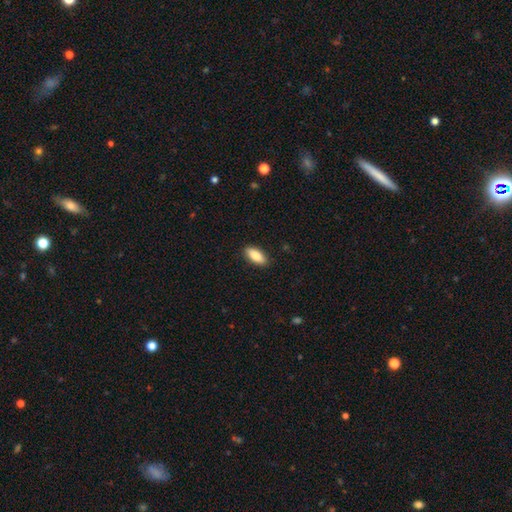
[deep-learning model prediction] Smooth or featured: smooth — 84% (featured or disk — 10%)
How rounded: in between — 81% (cigar-shaped — 17%)
Merging: none — 89% (minor disturbance — 8%)